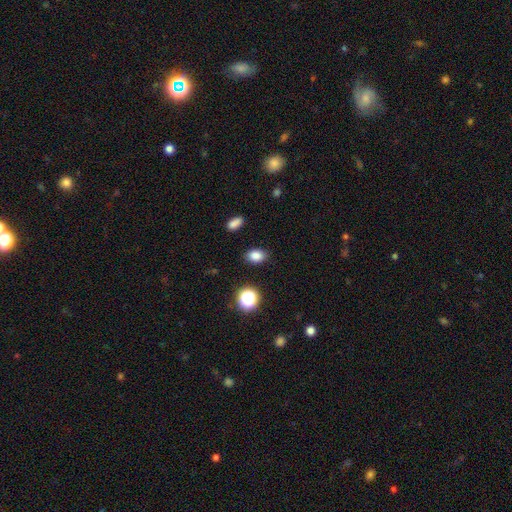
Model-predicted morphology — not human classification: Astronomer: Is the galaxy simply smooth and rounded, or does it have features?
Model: smooth — 83%.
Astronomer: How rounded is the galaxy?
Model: in between — 76%.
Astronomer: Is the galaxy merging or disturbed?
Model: none — 86%.